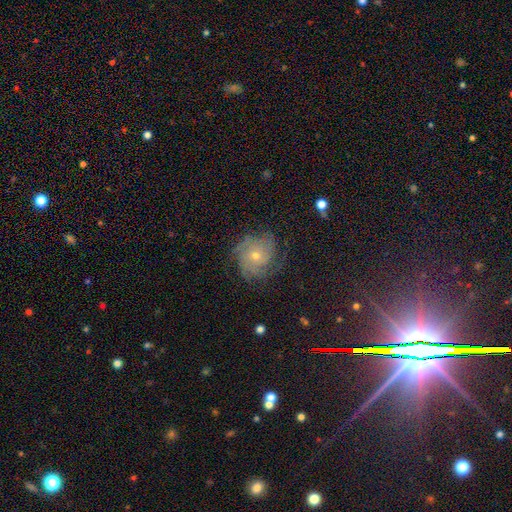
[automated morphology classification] This is likely a featured or disk galaxy (73%). It is clearly not viewed edge-on (97%). Bar: clearly no (82%). Spiral arm pattern: clearly yes (94%). Spiral arm count: marginally can't tell (32%). Spiral winding: likely tight (62%). Central bulge: possibly small (60%). Merging: likely none (75%).